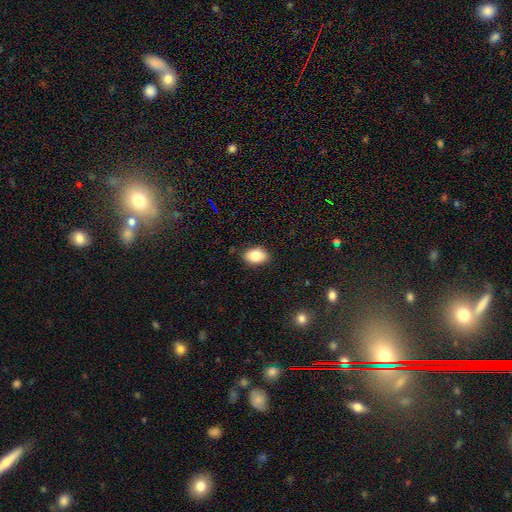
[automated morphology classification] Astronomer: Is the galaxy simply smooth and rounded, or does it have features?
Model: smooth — 84%.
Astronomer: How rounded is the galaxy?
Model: in between — 87%.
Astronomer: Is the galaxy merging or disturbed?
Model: none — 85%.